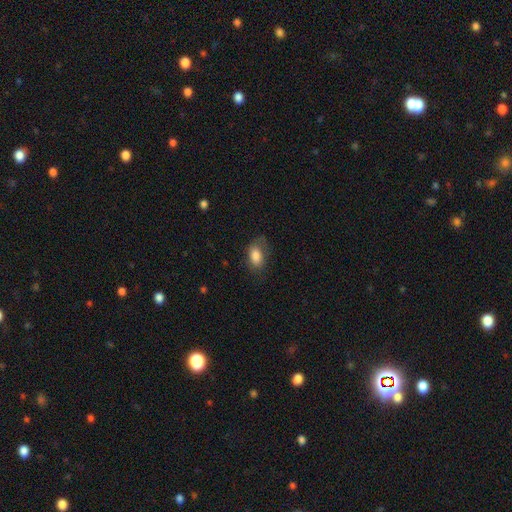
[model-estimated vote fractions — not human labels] A smooth galaxy with no disk features (82%) that is in between round and cigar-shaped (88%). Merging: none (63%).